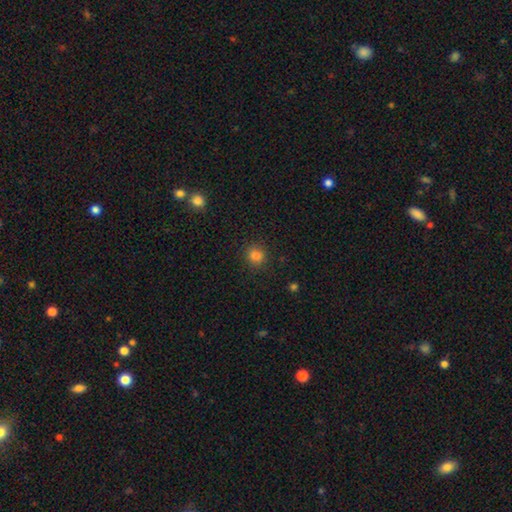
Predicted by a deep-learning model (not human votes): This is clearly a smooth galaxy (82%). How rounded: likely round (79%). Merging: clearly none (85%).